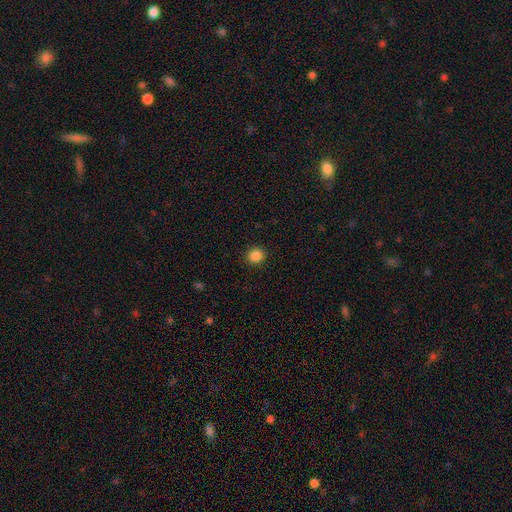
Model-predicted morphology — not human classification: Overall: smooth (87%). How rounded: round (90%). Merging: none (92%).